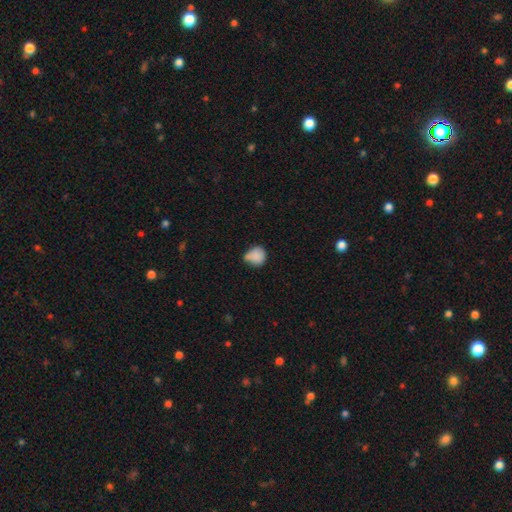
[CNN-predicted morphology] smooth-or-featured: smooth: 84% | star or artifact: 9% | featured or disk: 7%
  how-rounded: round: 77% | in between: 22% | cigar-shaped: 1%
  merging: none: 49% | minor disturbance: 34% | merger: 9% | major disturbance: 8%